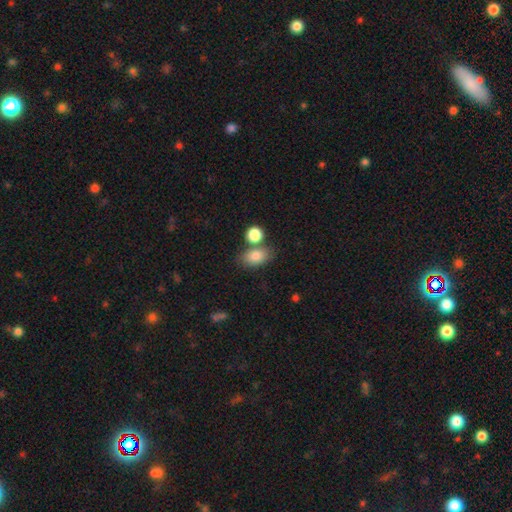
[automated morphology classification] Smooth or featured? Predicted: smooth (p=0.82). How rounded? Predicted: in between (p=0.82). Merging? Predicted: none (p=0.57).